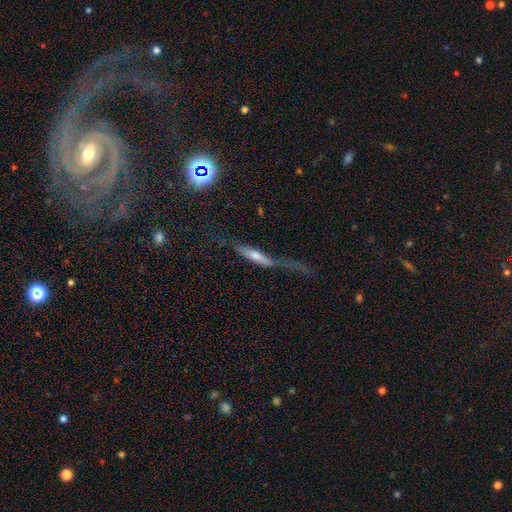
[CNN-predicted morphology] Q: Smooth or featured?
A: featured or disk (54%); runner-up: smooth (38%)
Q: Edge-on disk?
A: yes (75%); runner-up: no (25%)
Q: Merging?
A: major disturbance (44%); runner-up: none (29%)